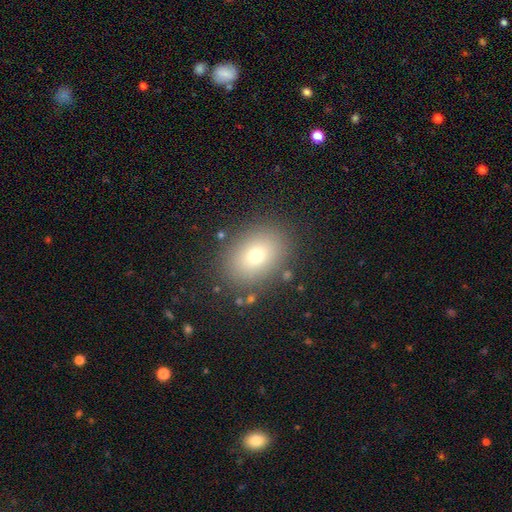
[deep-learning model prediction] Q: Smooth or featured?
A: smooth (73%); runner-up: featured or disk (14%)
Q: How rounded?
A: in between (68%); runner-up: round (31%)
Q: Merging?
A: none (86%); runner-up: minor disturbance (9%)